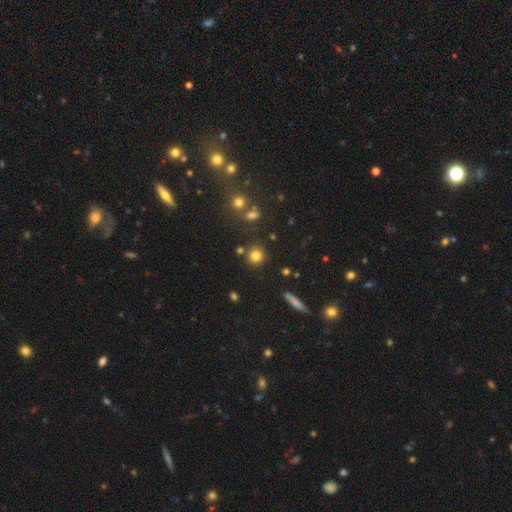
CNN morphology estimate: smooth_or_featured: smooth (p=0.79) [alt: star or artifact p=0.14]
how_rounded: round (p=0.91) [alt: in between p=0.07]
merging: none (p=0.83) [alt: minor disturbance p=0.08]